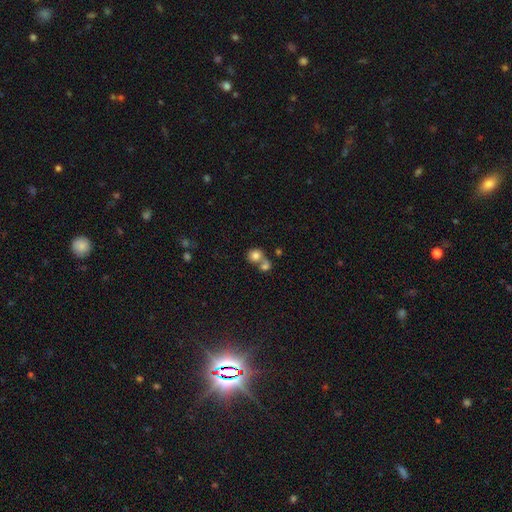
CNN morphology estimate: Smooth or featured?
  - smooth: 78% *
  - featured or disk: 12%
  - star or artifact: 10%
How rounded?
  - round: 79% *
  - in between: 20%
  - cigar-shaped: 1%
Merging?
  - merger: 56% *
  - none: 34%
  - minor disturbance: 7%
  - major disturbance: 4%